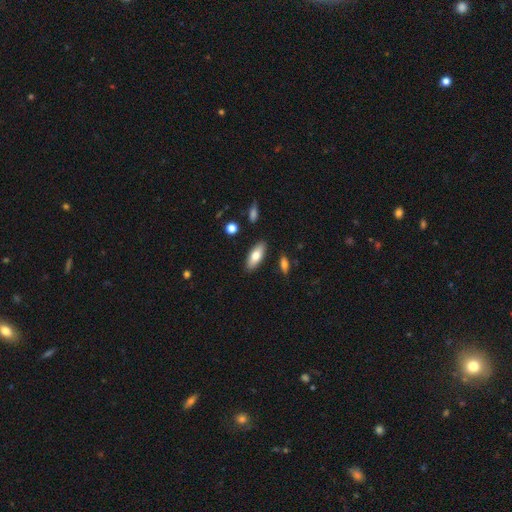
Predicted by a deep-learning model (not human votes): Smooth or featured: smooth — 74% (featured or disk — 20%)
How rounded: in between — 75% (cigar-shaped — 23%)
Merging: none — 86% (minor disturbance — 9%)